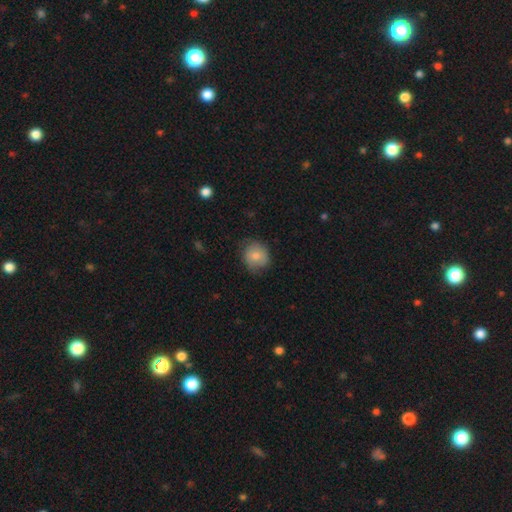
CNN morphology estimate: The model was most divided on "merging": none: 71%, minor disturbance: 23%, major disturbance: 5%, merger: 1%. More confident: how rounded — round (79%); smooth or featured — smooth (77%).